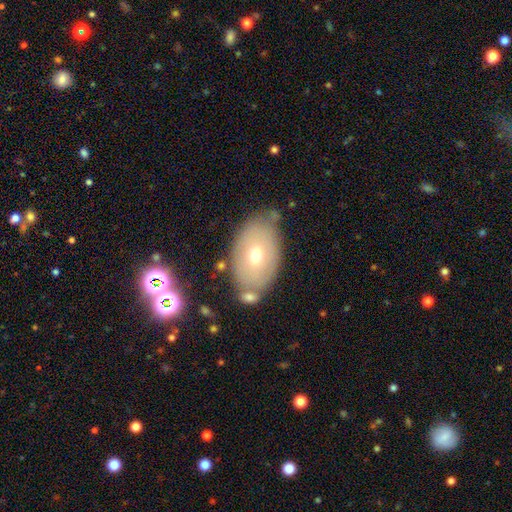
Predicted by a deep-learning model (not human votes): smooth_or_featured: smooth (p=0.57) [alt: featured or disk p=0.34]
how_rounded: in between (p=0.89) [alt: round p=0.10]
merging: none (p=0.66) [alt: minor disturbance p=0.19]